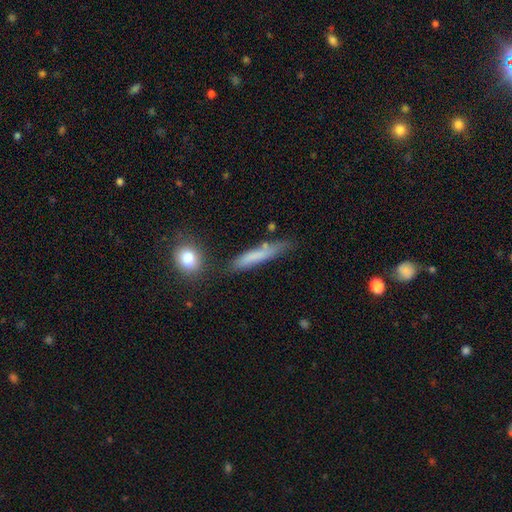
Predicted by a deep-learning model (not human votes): Smooth or featured?
  - smooth: 70% *
  - featured or disk: 22%
  - star or artifact: 8%
How rounded?
  - cigar-shaped: 89% *
  - in between: 9%
  - round: 2%
Merging?
  - none: 69% *
  - minor disturbance: 20%
  - merger: 6%
  - major disturbance: 6%